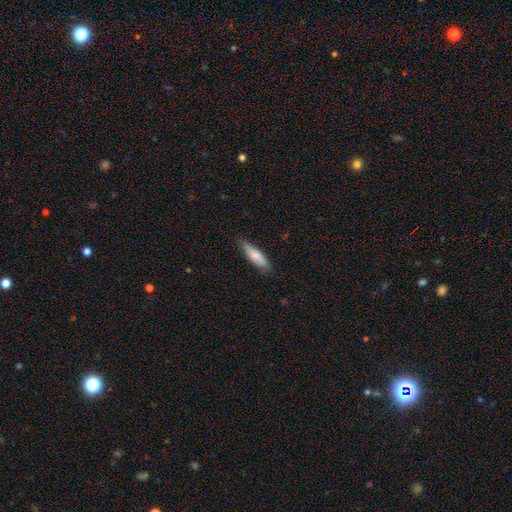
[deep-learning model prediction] Smooth or featured: smooth — 79% (featured or disk — 16%)
How rounded: cigar-shaped — 64% (in between — 35%)
Merging: none — 81% (minor disturbance — 16%)